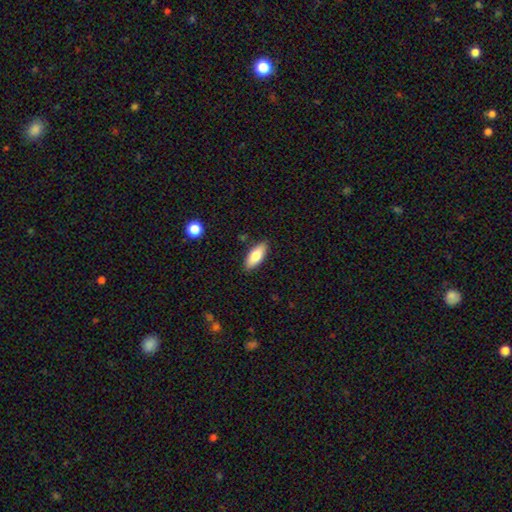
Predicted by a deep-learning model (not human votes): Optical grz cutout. It shows a smooth galaxy with no disk features (79%) that is in between round and cigar-shaped (79%). Merging: none (87%).